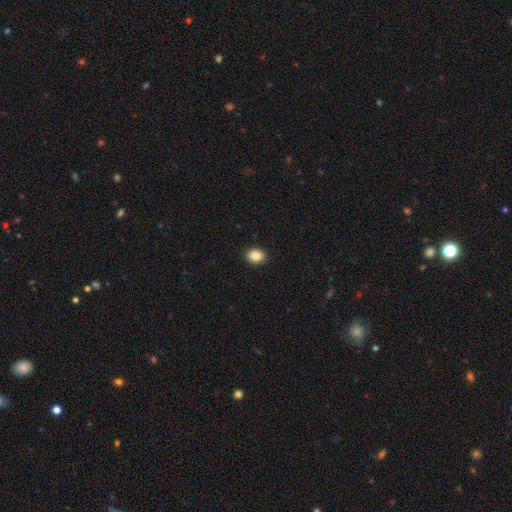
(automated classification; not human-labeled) A smooth galaxy with no disk features (85%) that is round (52%). Merging: none (91%).